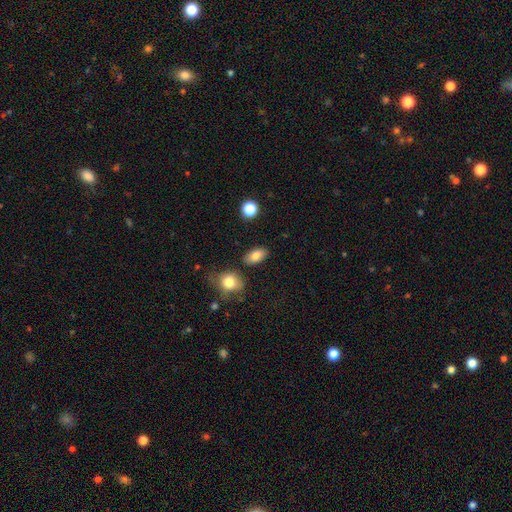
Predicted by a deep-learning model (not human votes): This appears to be a smooth galaxy with no disk features (83%) that is in between round and cigar-shaped (90%). Merging: none (83%).